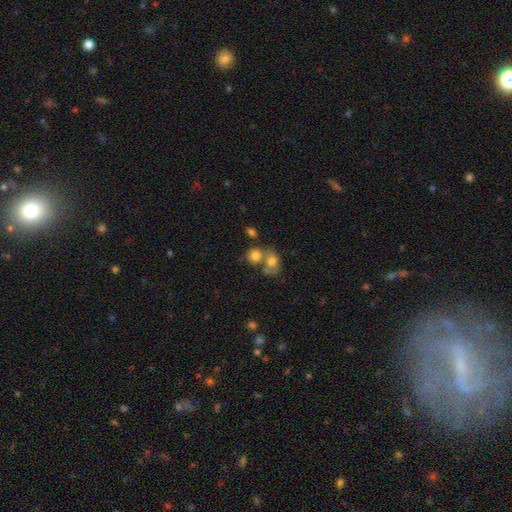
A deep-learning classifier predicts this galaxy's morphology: Overall: smooth (77%). How rounded: round (68%; in between 31%). Merging: merger (45%; none 40%).